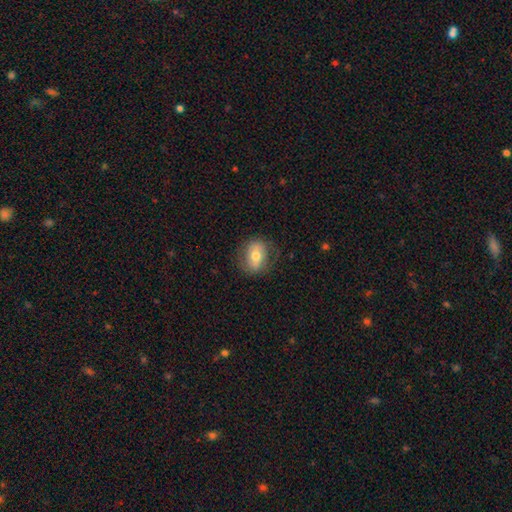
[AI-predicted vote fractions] A smooth galaxy with no disk features (60%) that is in between round and cigar-shaped (60%).

Vote fractions:
- Smooth or featured? smooth: 60% / featured or disk: 33% / star or artifact: 8%
- How rounded? in between: 60% / round: 38% / cigar-shaped: 2%
- Merging? none: 77% / minor disturbance: 16% / major disturbance: 6% / merger: 1%